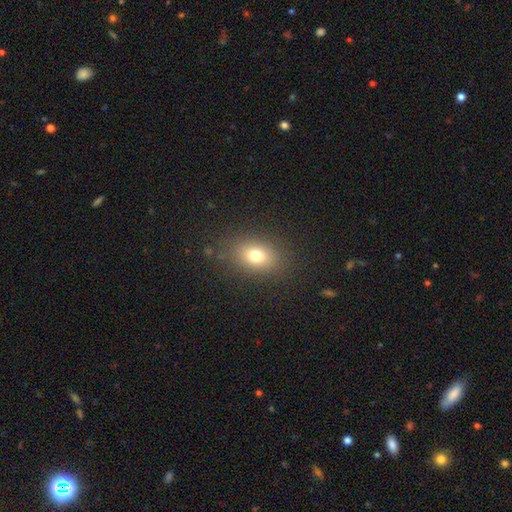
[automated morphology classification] A smooth galaxy with no disk features (75%) that is in between round and cigar-shaped (70%).

Vote fractions:
- Smooth or featured? smooth: 75% / star or artifact: 14% / featured or disk: 11%
- How rounded? in between: 70% / round: 29% / cigar-shaped: 2%
- Merging? none: 85% / minor disturbance: 9% / major disturbance: 4% / merger: 1%